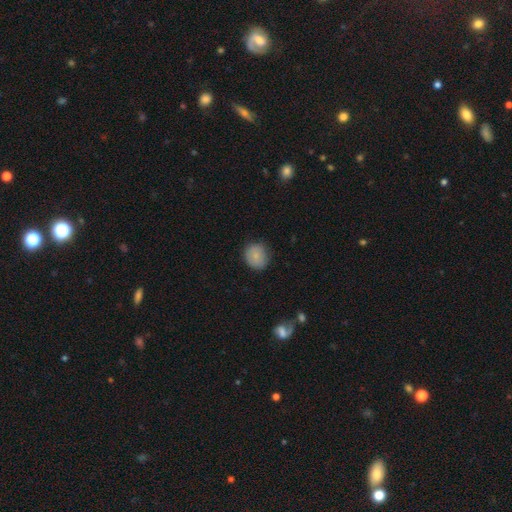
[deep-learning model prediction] Overall: smooth (81%). How rounded: round (77%). Merging: none (79%).